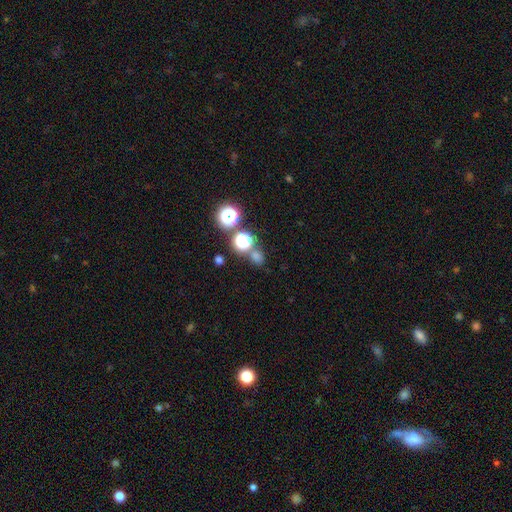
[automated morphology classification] This appears to be a smooth galaxy with no disk features (53%) that is round (77%). Merging: none (69%).